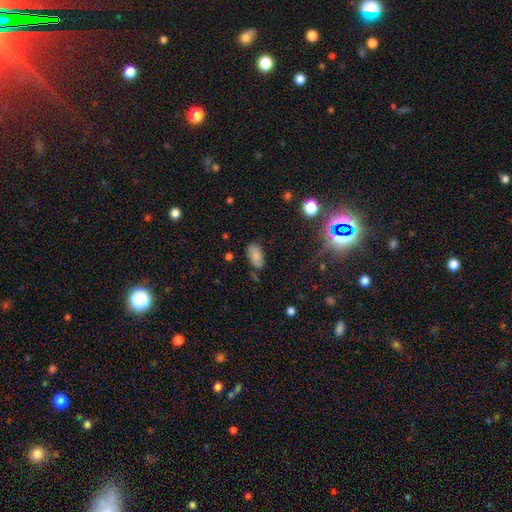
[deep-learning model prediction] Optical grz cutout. It shows a smooth galaxy with no disk features (80%) that is in between round and cigar-shaped (93%). Merging: none (72%).